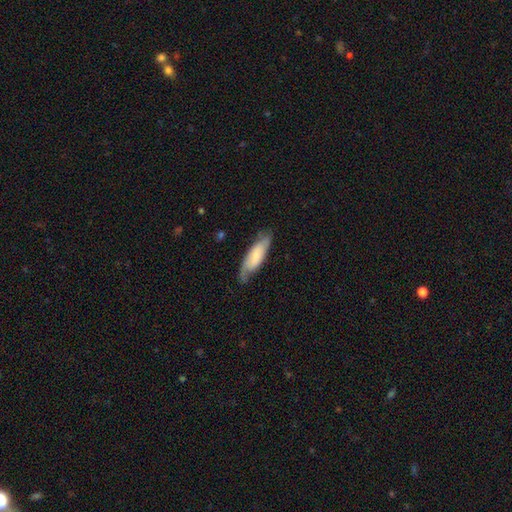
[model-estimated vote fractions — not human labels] This is possibly a smooth galaxy (56%). How rounded: possibly in between (54%). Merging: likely none (67%).